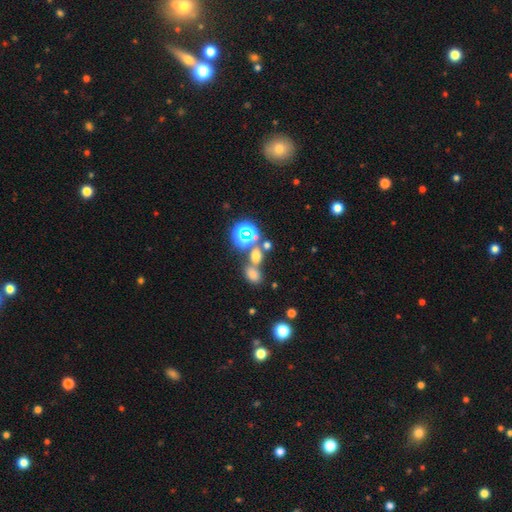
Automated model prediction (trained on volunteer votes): Smooth or featured?
  - smooth: 61% *
  - star or artifact: 29%
  - featured or disk: 10%
How rounded?
  - in between: 58% *
  - round: 40%
  - cigar-shaped: 2%
Merging?
  - none: 51% *
  - merger: 34%
  - minor disturbance: 10%
  - major disturbance: 5%